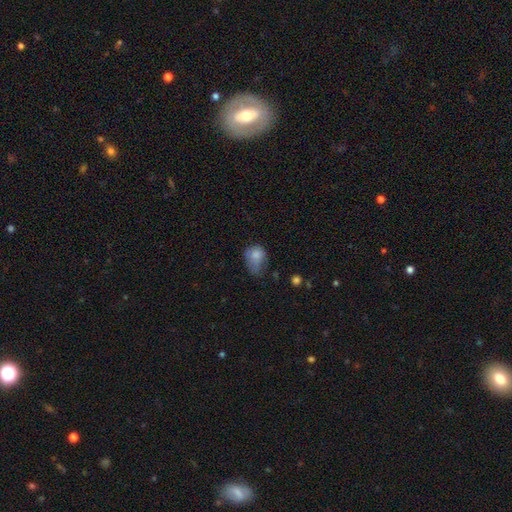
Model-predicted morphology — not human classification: Smooth or featured: smooth — 76% (featured or disk — 13%)
How rounded: in between — 63% (round — 36%)
Merging: minor disturbance — 38% (major disturbance — 30%)